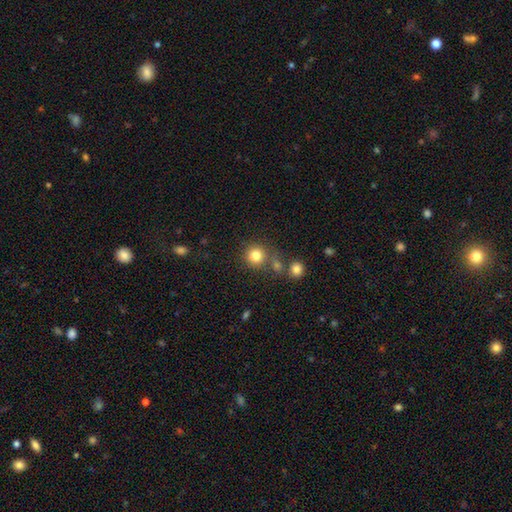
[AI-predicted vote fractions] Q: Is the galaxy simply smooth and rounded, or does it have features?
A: smooth — 82%.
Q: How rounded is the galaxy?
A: round — 91%.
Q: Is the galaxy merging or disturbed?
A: none — 73%.